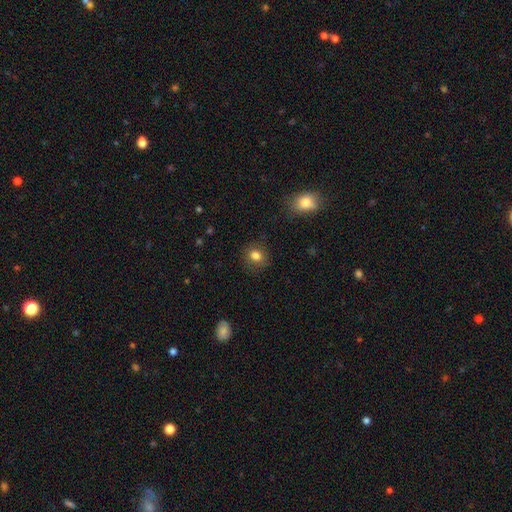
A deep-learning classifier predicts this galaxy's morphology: Smooth or featured? smooth (82%)
How rounded? round (79%)
Merging? none (85%)